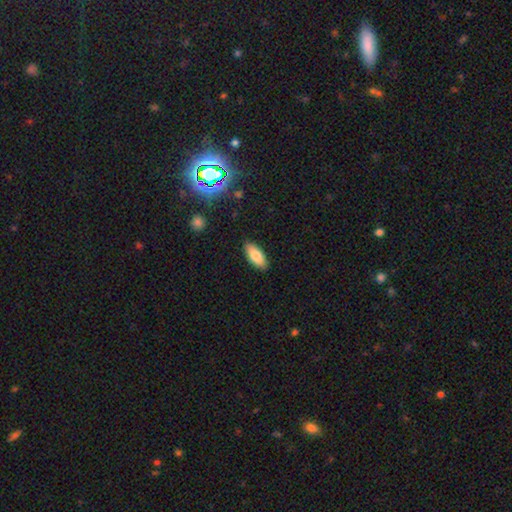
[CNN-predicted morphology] smooth 80%, featured or disk 13%, star or artifact 7%. Down the decision tree: how rounded — in between (85%); merging — none (87%).